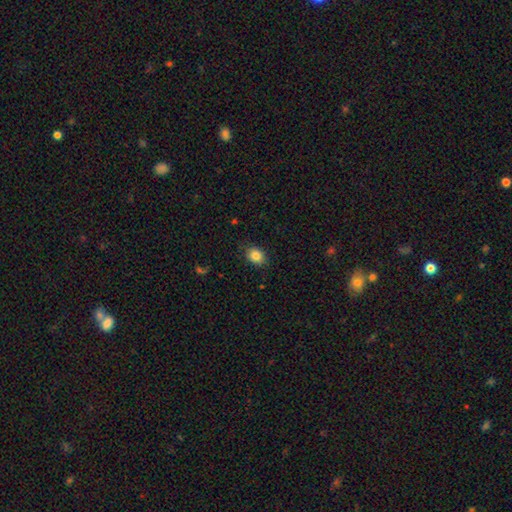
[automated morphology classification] smooth 84%, star or artifact 10%, featured or disk 6%. Down the decision tree: how rounded — in between (55%); merging — none (85%).